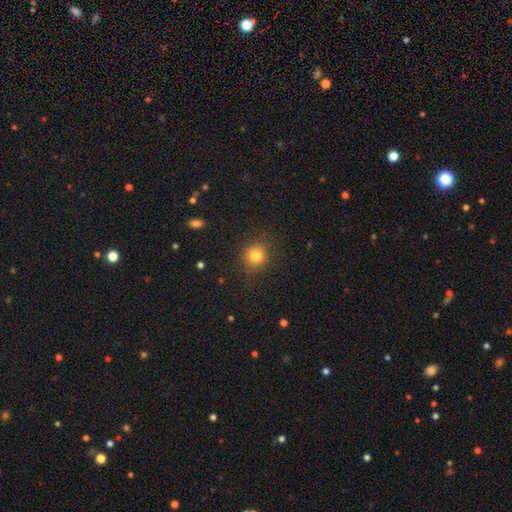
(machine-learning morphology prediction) A smooth galaxy with no disk features (81%) that is round (89%).

Vote fractions:
- Smooth or featured? smooth: 81% / star or artifact: 13% / featured or disk: 6%
- How rounded? round: 89% / in between: 10% / cigar-shaped: 1%
- Merging? none: 87% / minor disturbance: 8% / major disturbance: 3% / merger: 1%